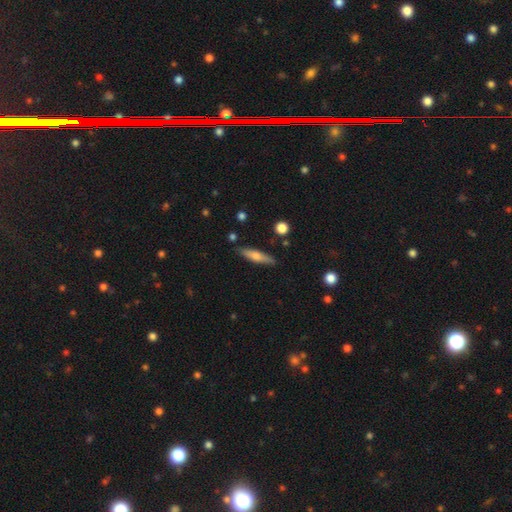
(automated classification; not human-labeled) Morphology: type=smooth (52%); roundness=cigar-shaped (83%); merging=none (86%).